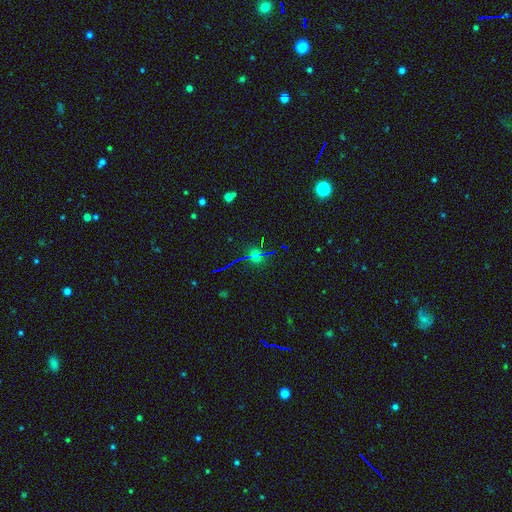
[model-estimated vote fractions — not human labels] Overall: star or artifact (54%; smooth 32%).